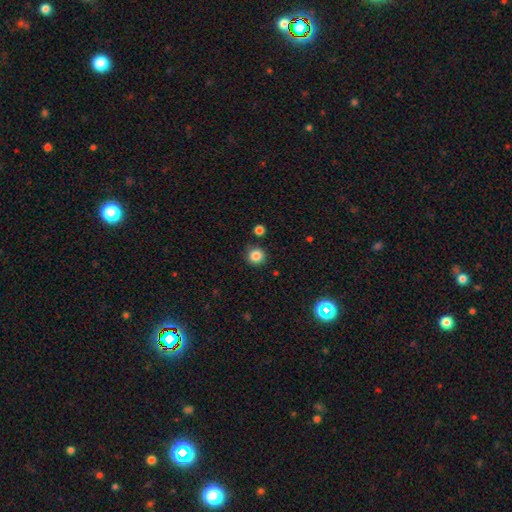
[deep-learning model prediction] Smooth or featured?
  - smooth: 84% *
  - star or artifact: 11%
  - featured or disk: 4%
How rounded?
  - round: 93% *
  - in between: 6%
  - cigar-shaped: 1%
Merging?
  - none: 85% *
  - minor disturbance: 9%
  - merger: 4%
  - major disturbance: 3%